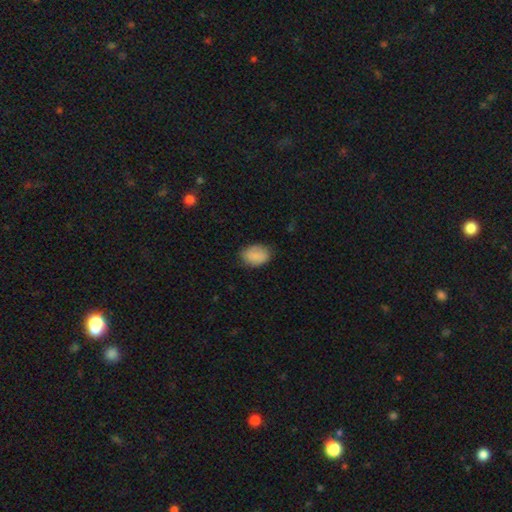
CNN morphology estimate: This is clearly a smooth galaxy (85%). How rounded: clearly in between (80%). Merging: likely none (76%).